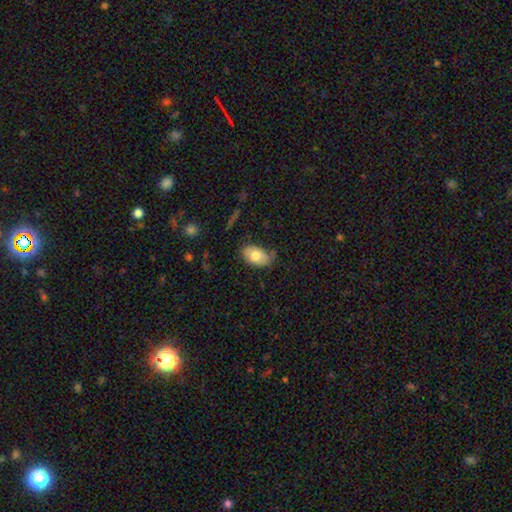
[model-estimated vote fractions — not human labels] The model was most divided on "merging": none: 60%, minor disturbance: 31%, major disturbance: 7%, merger: 2%. More confident: how rounded — in between (90%); smooth or featured — smooth (76%).